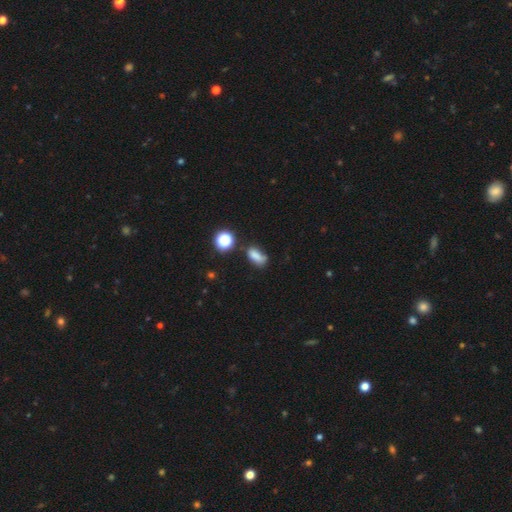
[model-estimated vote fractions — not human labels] smooth_or_featured: smooth (p=0.76) [alt: star or artifact p=0.15]
how_rounded: in between (p=0.76) [alt: round p=0.13]
merging: none (p=0.54) [alt: minor disturbance p=0.27]